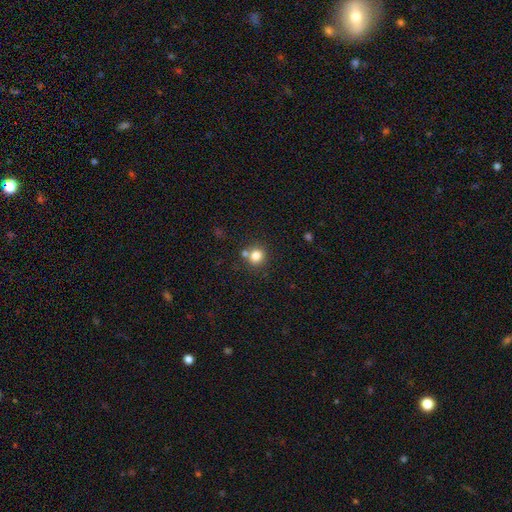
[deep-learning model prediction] Morphology: type=smooth (80%); roundness=round (89%); merging=none (69%).